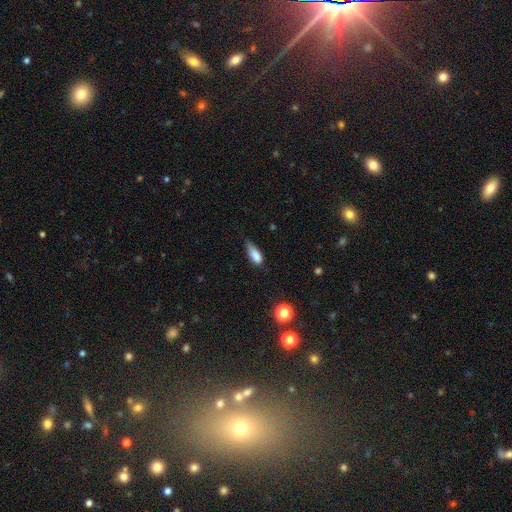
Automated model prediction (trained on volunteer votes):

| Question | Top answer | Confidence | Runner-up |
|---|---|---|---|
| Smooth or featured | smooth | 82% | featured or disk (10%) |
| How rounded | in between | 71% | cigar-shaped (25%) |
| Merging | minor disturbance | 45% | none (41%) |